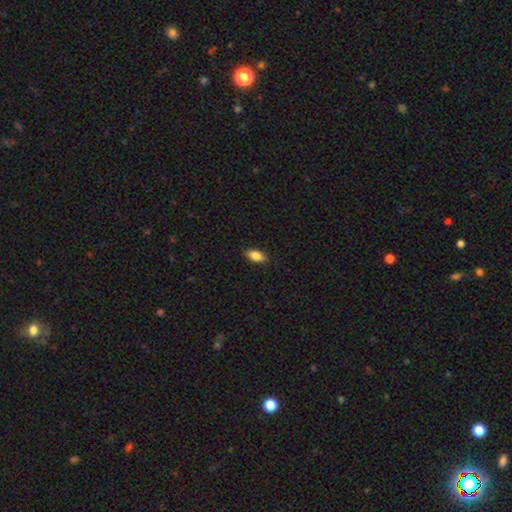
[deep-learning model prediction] smooth_or_featured: smooth (p=0.84) [alt: featured or disk p=0.08]
how_rounded: in between (p=0.88) [alt: cigar-shaped p=0.08]
merging: none (p=0.87) [alt: minor disturbance p=0.10]